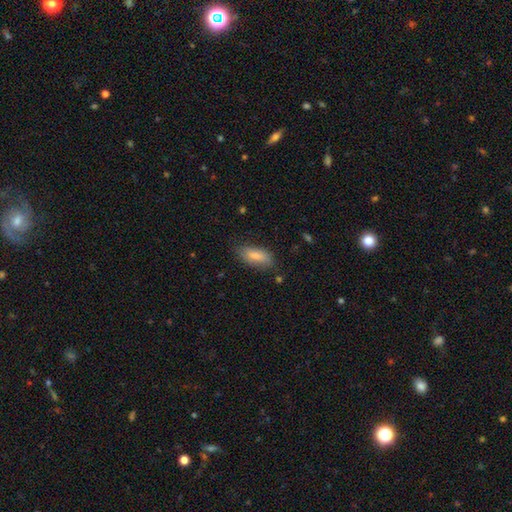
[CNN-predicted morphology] Overall: smooth (83%). How rounded: in between (82%). Merging: none (78%).